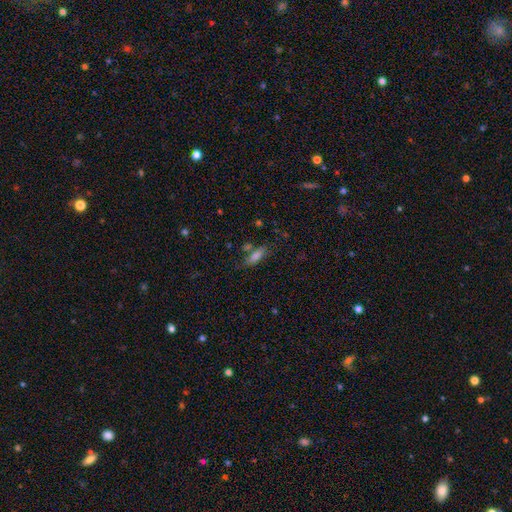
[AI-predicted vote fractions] This appears to be a smooth galaxy with no disk features (74%) that is in between round and cigar-shaped (58%). Merging: none (63%).